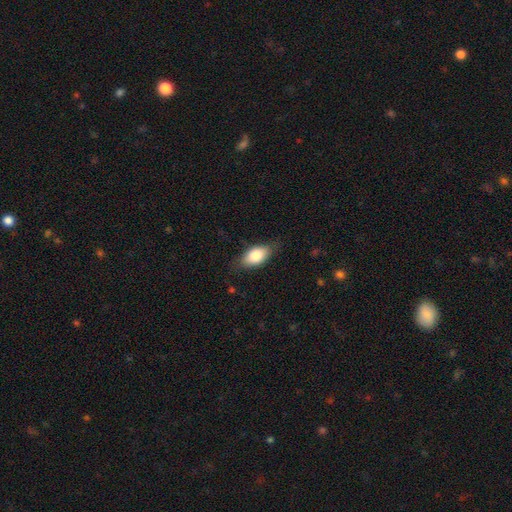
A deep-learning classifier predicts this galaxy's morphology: A smooth galaxy with no disk features (80%) that is in between round and cigar-shaped (89%).

Vote fractions:
- Smooth or featured? smooth: 80% / featured or disk: 13% / star or artifact: 7%
- How rounded? in between: 89% / cigar-shaped: 5% / round: 5%
- Merging? none: 76% / minor disturbance: 18% / major disturbance: 4% / merger: 1%